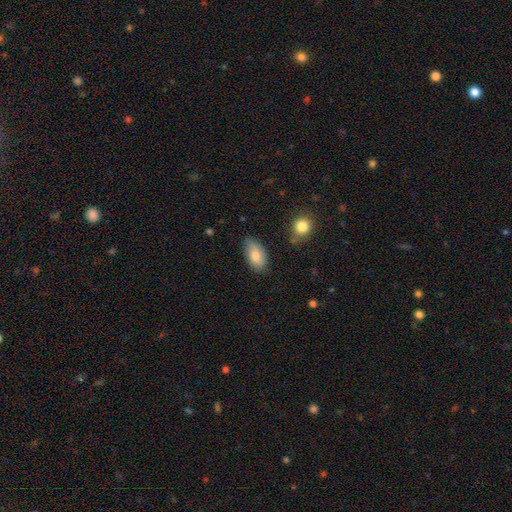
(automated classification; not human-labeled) Q: Smooth or featured?
A: smooth (82%); runner-up: featured or disk (12%)
Q: How rounded?
A: in between (93%); runner-up: round (4%)
Q: Merging?
A: none (70%); runner-up: minor disturbance (23%)